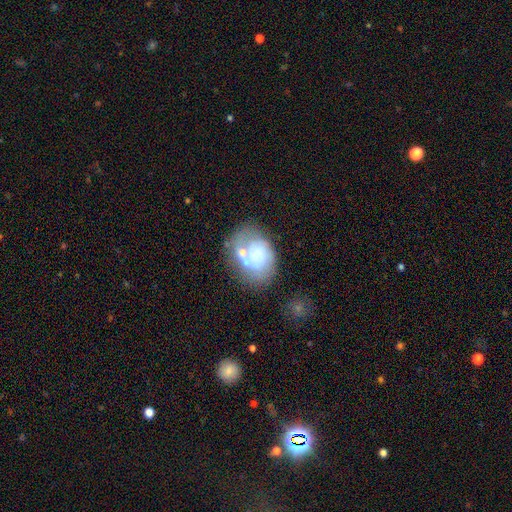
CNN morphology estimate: smooth 46%, featured or disk 45%, star or artifact 10%. Down the decision tree: merging — none (42%).